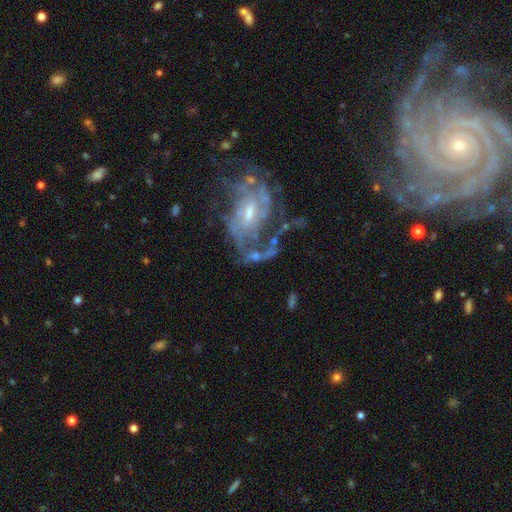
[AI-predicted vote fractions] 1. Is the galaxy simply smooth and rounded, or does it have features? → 81% featured or disk, 10% smooth, 9% star or artifact.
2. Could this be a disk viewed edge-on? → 96% no, 4% yes.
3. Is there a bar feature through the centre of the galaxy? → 52% weak, 31% no, 17% strong.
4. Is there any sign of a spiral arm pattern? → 81% yes, 19% no.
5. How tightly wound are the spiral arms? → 43% loose, 38% medium, 19% tight.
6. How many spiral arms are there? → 44% 2, 27% can't tell, 10% 3, 9% 1, 5% 4, 4% more than 4.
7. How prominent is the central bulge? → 45% small, 44% moderate, 7% none, 3% large, 1% dominant.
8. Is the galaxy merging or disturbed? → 38% none, 33% major disturbance, 17% minor disturbance, 11% merger.